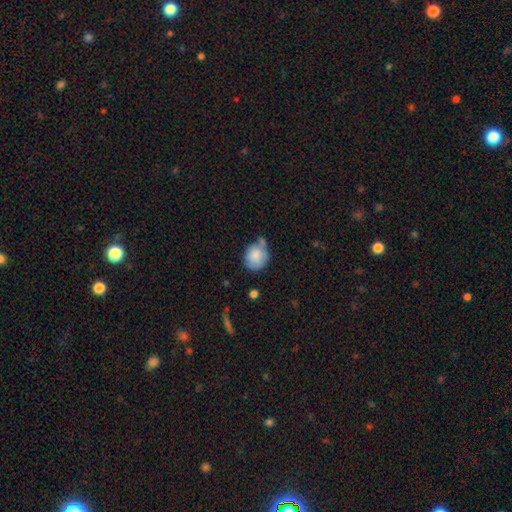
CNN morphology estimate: smooth 81%, featured or disk 12%, star or artifact 7%. Down the decision tree: how rounded — round (67%); merging — none (44%).